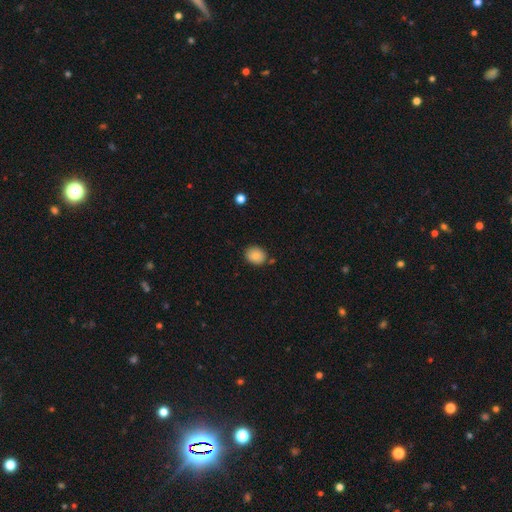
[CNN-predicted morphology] A smooth galaxy with no disk features (86%) that is round (57%). Merging: none (81%).